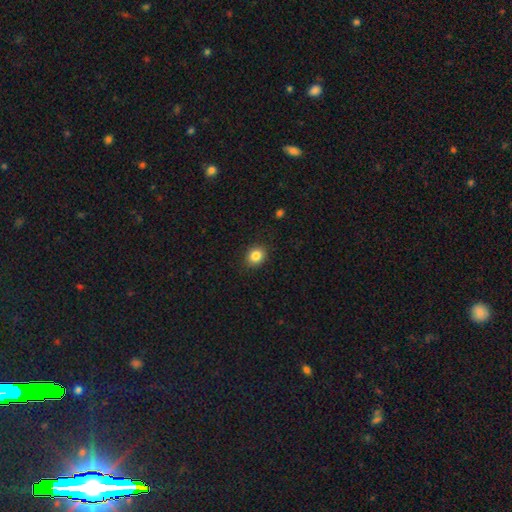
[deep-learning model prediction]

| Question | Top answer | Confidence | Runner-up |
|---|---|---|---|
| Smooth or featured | smooth | 85% | star or artifact (10%) |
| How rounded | round | 65% | in between (34%) |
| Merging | none | 90% | minor disturbance (7%) |